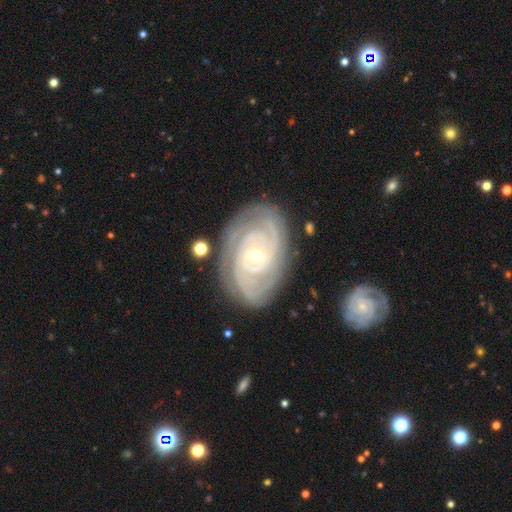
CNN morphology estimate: Smooth or featured? featured or disk (90%)
Edge-on disk? no (97%)
Bar? no (58%)
Spiral arms? yes (98%)
Spiral winding? tight (82%)
Spiral arm count? 3 (27%)
Bulge size? small (52%)
Merging? none (80%)